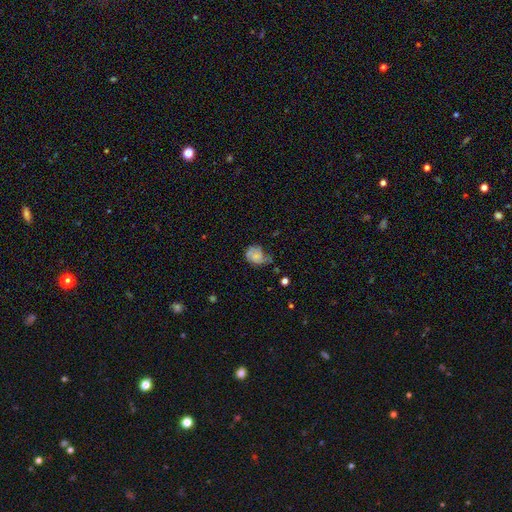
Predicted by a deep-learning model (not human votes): smooth 46%, featured or disk 44%, star or artifact 11%. Down the decision tree: merging — none (39%).